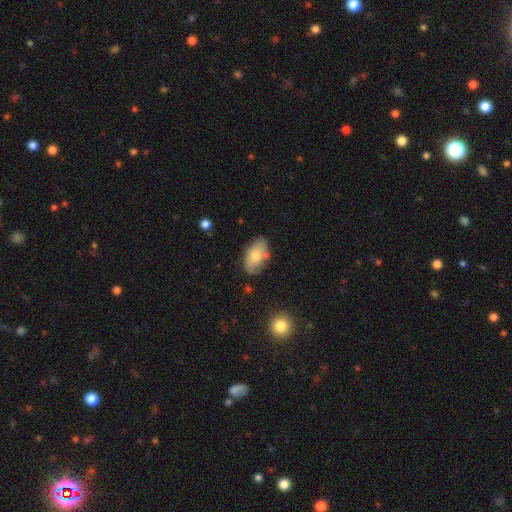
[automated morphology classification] A smooth galaxy with no disk features (74%) that is in between round and cigar-shaped (93%). Merging: none (73%).